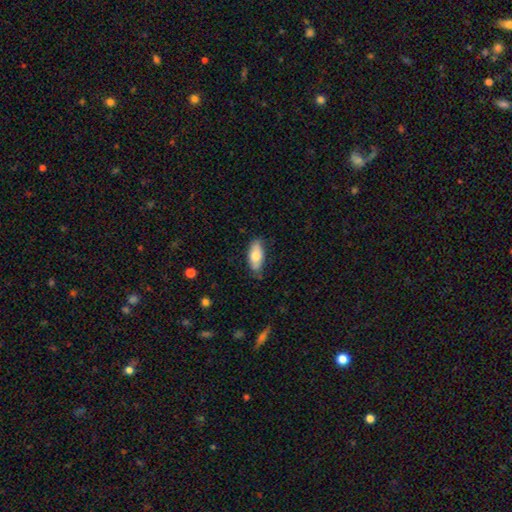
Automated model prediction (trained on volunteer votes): Smooth or featured?
  - smooth: 73% *
  - featured or disk: 21%
  - star or artifact: 6%
How rounded?
  - in between: 84% *
  - cigar-shaped: 13%
  - round: 3%
Merging?
  - none: 78% *
  - minor disturbance: 18%
  - major disturbance: 3%
  - merger: 1%